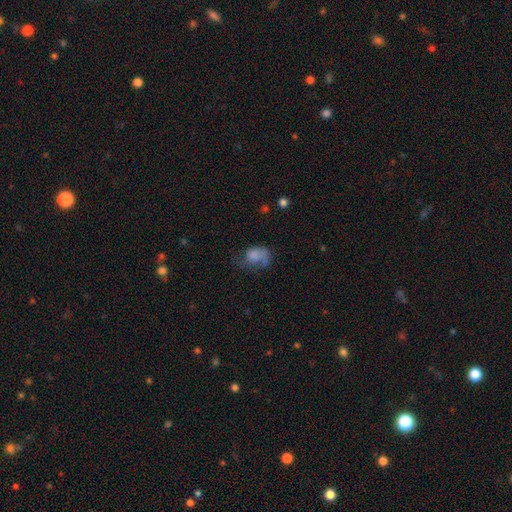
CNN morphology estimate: Smooth or featured: smooth — 66% (featured or disk — 23%)
How rounded: in between — 67% (round — 32%)
Merging: major disturbance — 41% (none — 28%)